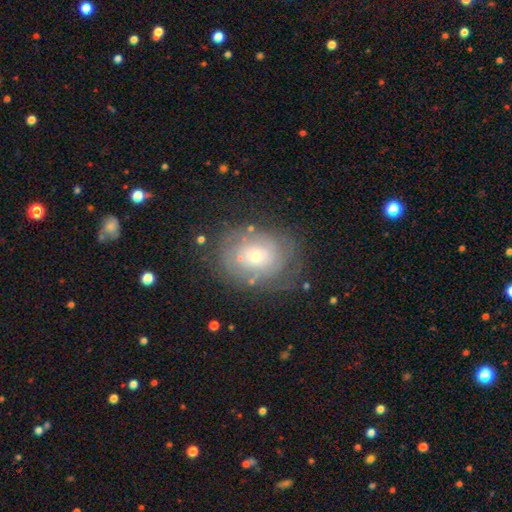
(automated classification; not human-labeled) A featured or disk galaxy (53%) with no bar (84%), spiral arms (55%) and a small central bulge (62%). Merging: none (68%).